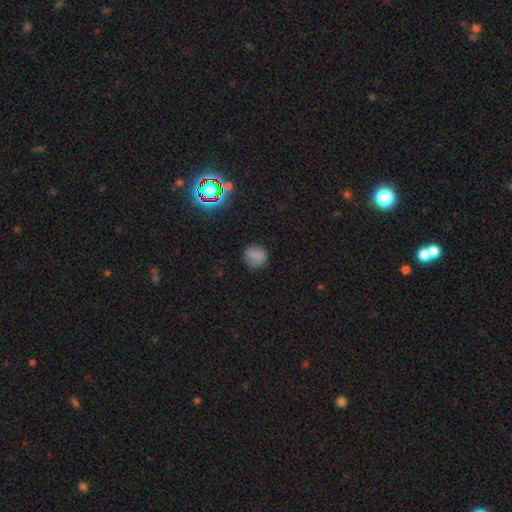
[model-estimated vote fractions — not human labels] A smooth galaxy with no disk features (78%) that is round (89%). Merging: none (85%).